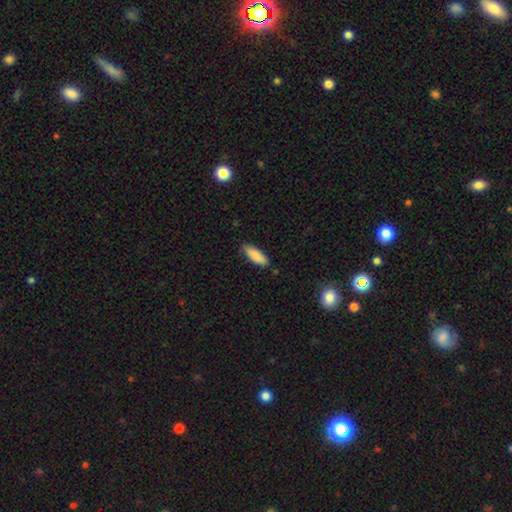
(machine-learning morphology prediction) A smooth galaxy with no disk features (88%) that is in between round and cigar-shaped (66%).

Vote fractions:
- Smooth or featured? smooth: 88% / featured or disk: 6% / star or artifact: 6%
- How rounded? in between: 66% / cigar-shaped: 33% / round: 2%
- Merging? none: 80% / minor disturbance: 16% / major disturbance: 2% / merger: 2%